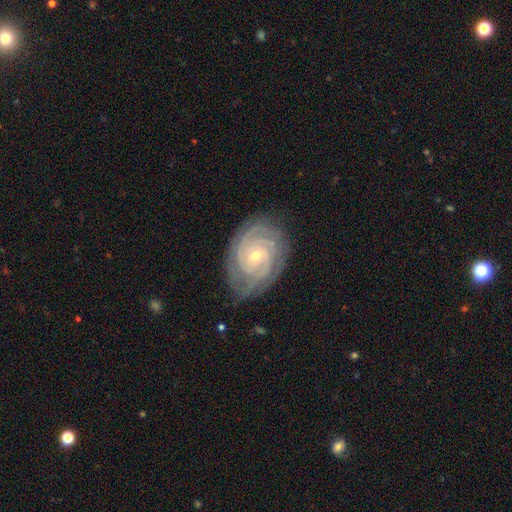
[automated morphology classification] Smooth or featured: featured or disk — 89% (smooth — 6%)
Edge-on disk: no — 97% (yes — 3%)
Bar: no — 65% (weak — 28%)
Spiral arms: yes — 98% (no — 2%)
Spiral winding: tight — 81% (medium — 17%)
Spiral arm count: 3 — 27% (4 — 22%)
Bulge size: small — 62% (moderate — 35%)
Merging: none — 80% (minor disturbance — 15%)